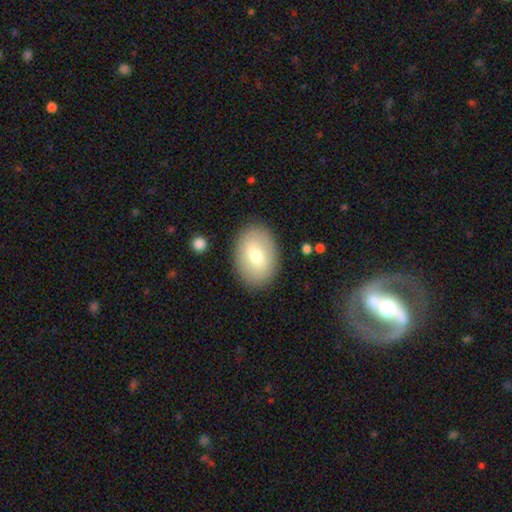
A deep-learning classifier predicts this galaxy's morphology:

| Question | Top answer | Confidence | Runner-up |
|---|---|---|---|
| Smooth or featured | smooth | 68% | featured or disk (25%) |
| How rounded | in between | 80% | round (19%) |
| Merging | none | 87% | minor disturbance (9%) |